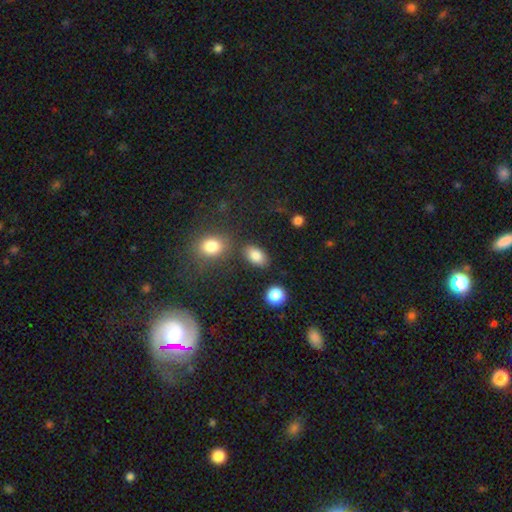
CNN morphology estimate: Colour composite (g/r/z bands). It shows a smooth galaxy with no disk features (84%) that is in between round and cigar-shaped (90%). Merging: none (81%).